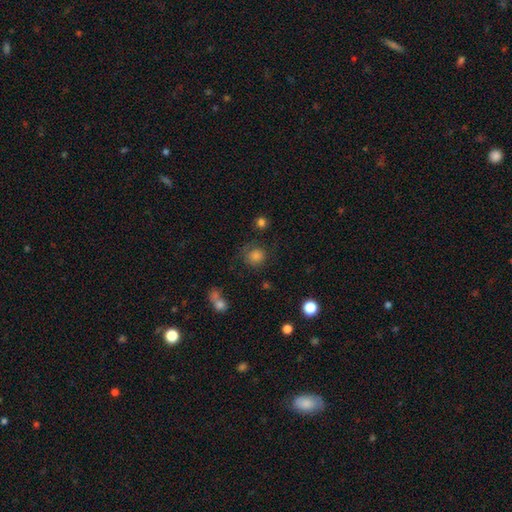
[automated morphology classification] type=smooth (76%); roundness=round (88%); merging=none (71%).